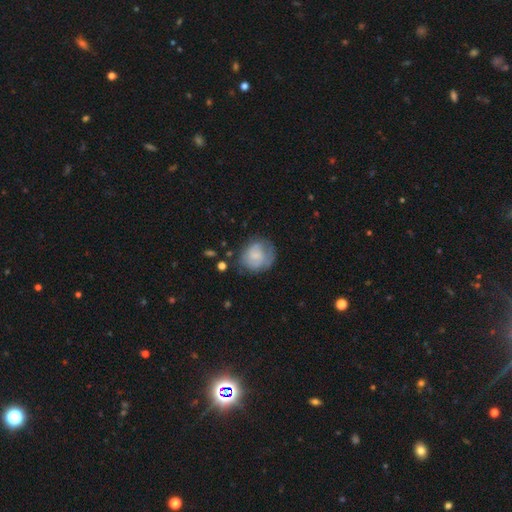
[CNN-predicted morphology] Q: Smooth or featured?
A: smooth (46%); tied with: featured or disk (46%)
Q: Merging?
A: none (59%); runner-up: minor disturbance (24%)